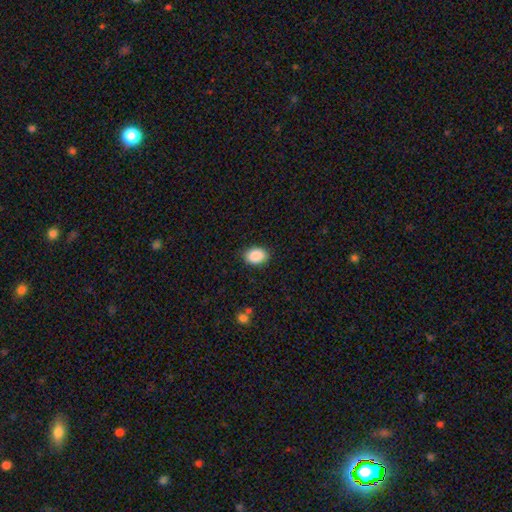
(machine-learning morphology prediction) Overall: smooth (90%). How rounded: in between (78%). Merging: none (88%).